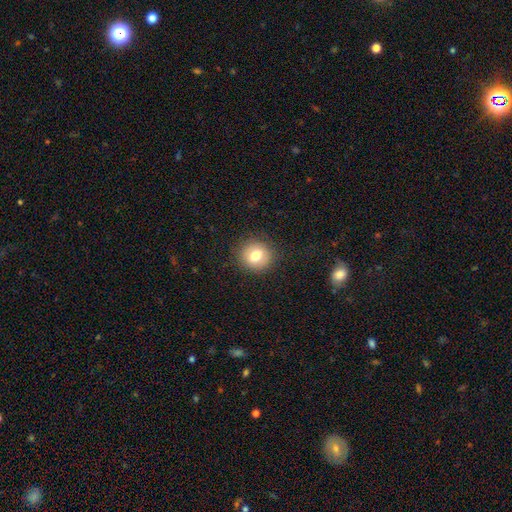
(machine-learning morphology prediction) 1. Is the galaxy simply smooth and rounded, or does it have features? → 74% smooth, 16% featured or disk, 10% star or artifact.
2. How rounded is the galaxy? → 87% round, 12% in between, 1% cigar-shaped.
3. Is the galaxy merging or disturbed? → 88% none, 8% minor disturbance, 3% major disturbance, 1% merger.